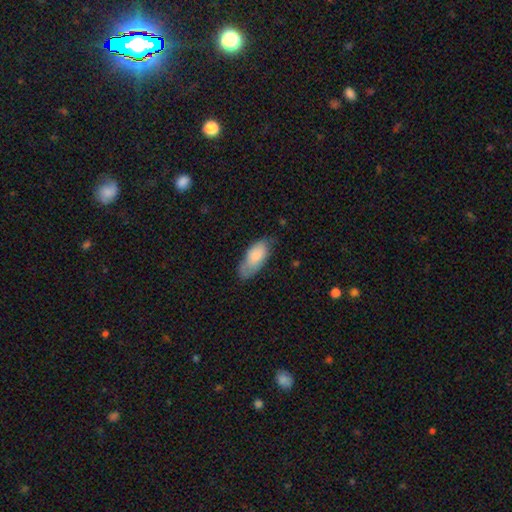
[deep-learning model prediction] This is clearly a smooth galaxy (80%). How rounded: clearly in between (86%). Merging: likely none (61%).